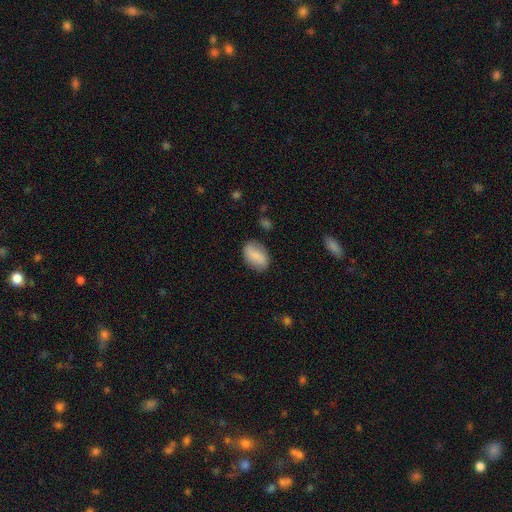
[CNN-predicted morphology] smooth-or-featured: smooth: 77% | featured or disk: 16% | star or artifact: 7%
  how-rounded: in between: 87% | round: 11% | cigar-shaped: 3%
  merging: none: 80% | minor disturbance: 14% | major disturbance: 4% | merger: 2%